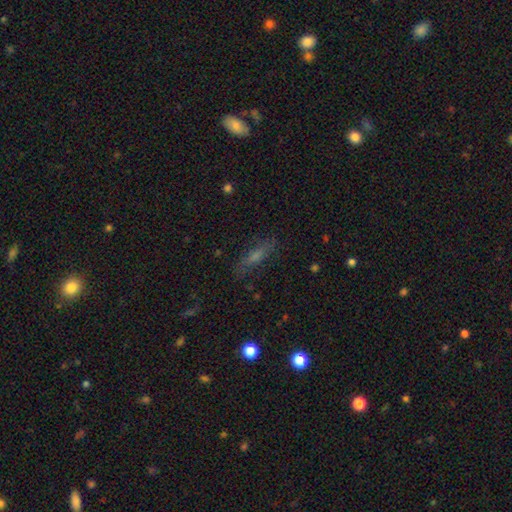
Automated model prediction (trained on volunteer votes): Morphology: type=smooth (48%); merging=none (79%).